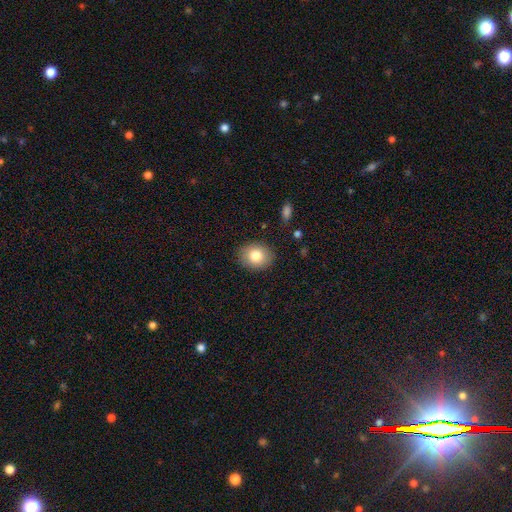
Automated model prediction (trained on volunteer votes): Overall: smooth (81%). How rounded: round (59%; in between 40%). Merging: none (88%).